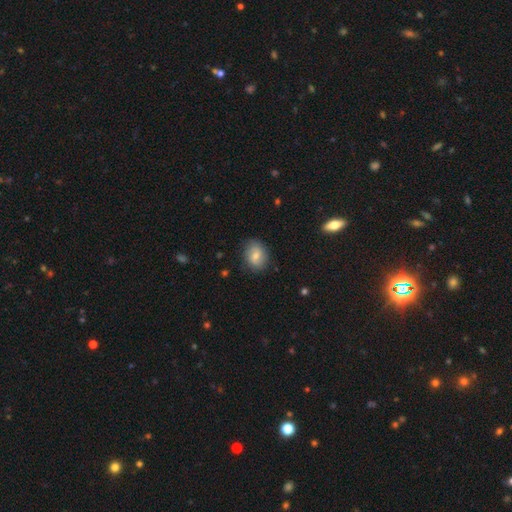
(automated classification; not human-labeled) smooth_or_featured: smooth (p=0.72) [alt: featured or disk p=0.20]
how_rounded: in between (p=0.54) [alt: round p=0.45]
merging: none (p=0.81) [alt: minor disturbance p=0.14]